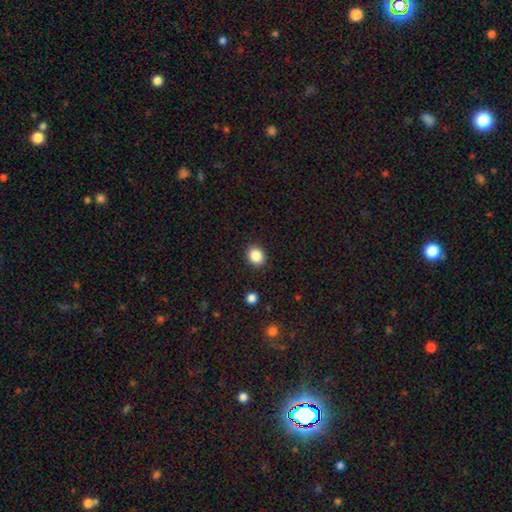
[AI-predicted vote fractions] This appears to be a smooth galaxy with no disk features (87%) that is round (57%). Merging: none (90%).